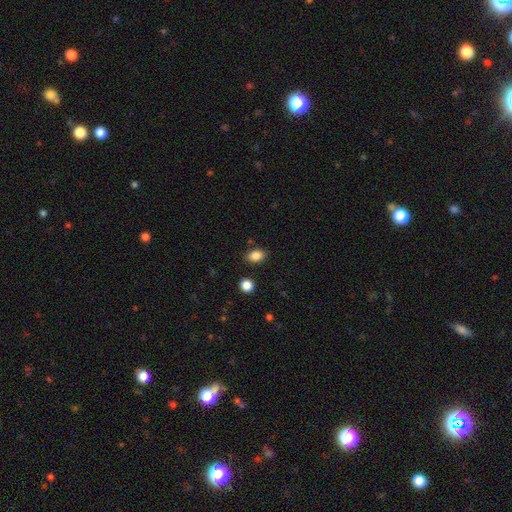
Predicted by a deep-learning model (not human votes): Smooth or featured?
  - smooth: 86% *
  - star or artifact: 9%
  - featured or disk: 5%
How rounded?
  - in between: 78% *
  - round: 21%
  - cigar-shaped: 1%
Merging?
  - none: 84% *
  - minor disturbance: 10%
  - merger: 3%
  - major disturbance: 3%